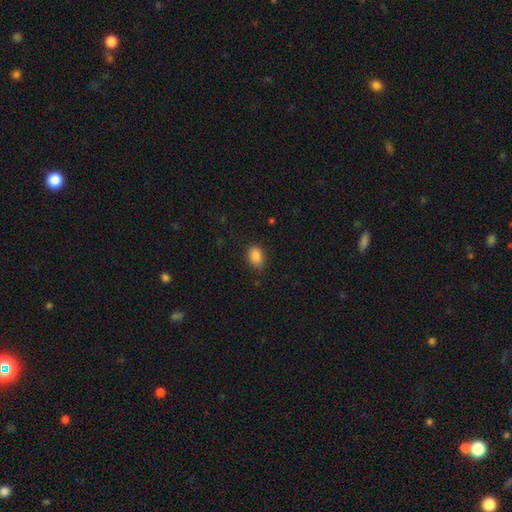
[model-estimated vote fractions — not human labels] Smooth or featured? Predicted: smooth (p=0.87). How rounded? Predicted: in between (p=0.77). Merging? Predicted: none (p=0.80).